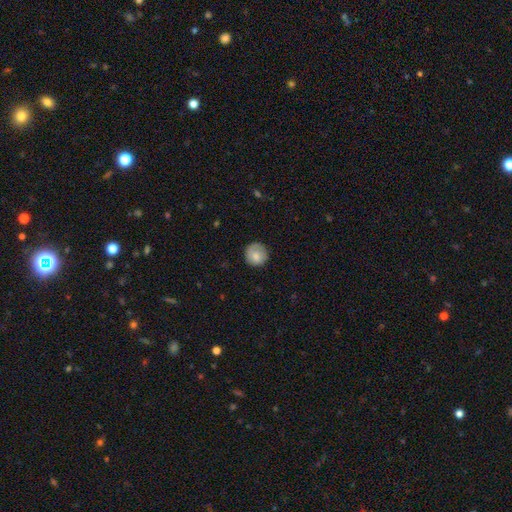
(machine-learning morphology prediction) The model was most divided on "smooth or featured": smooth: 74%, featured or disk: 19%, star or artifact: 7%. More confident: how rounded — round (90%); merging — none (76%).